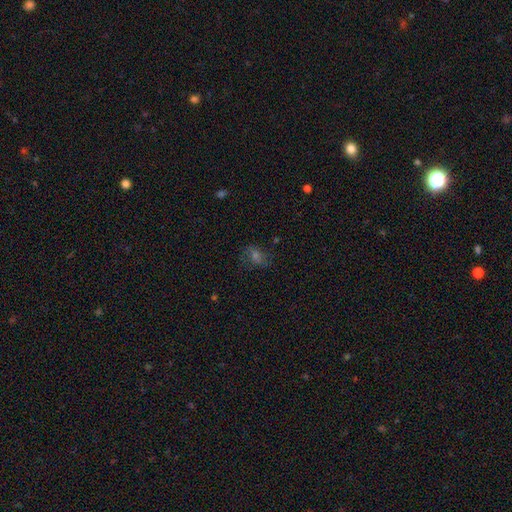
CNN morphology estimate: This is marginally a featured or disk galaxy (37%). Merging: likely none (71%).